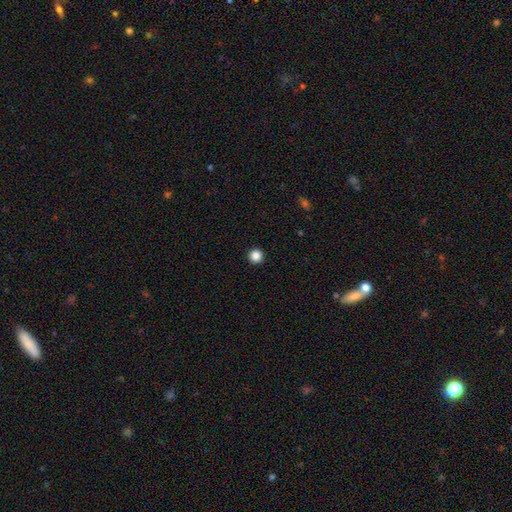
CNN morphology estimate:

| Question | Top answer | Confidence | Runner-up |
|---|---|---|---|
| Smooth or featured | smooth | 86% | star or artifact (11%) |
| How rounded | round | 97% | in between (3%) |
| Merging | none | 94% | minor disturbance (4%) |